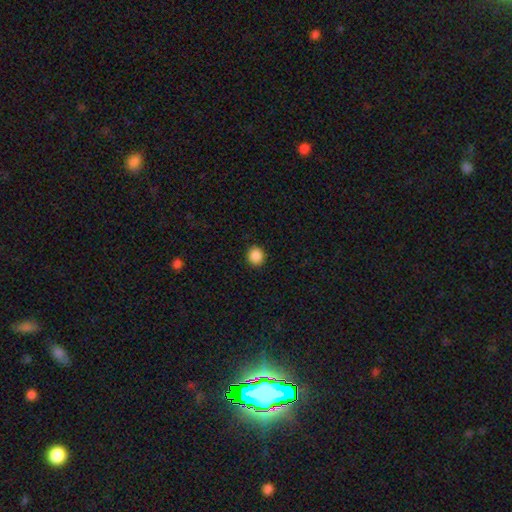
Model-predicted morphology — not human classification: A smooth galaxy with no disk features (88%) that is round (86%). Merging: none (91%).